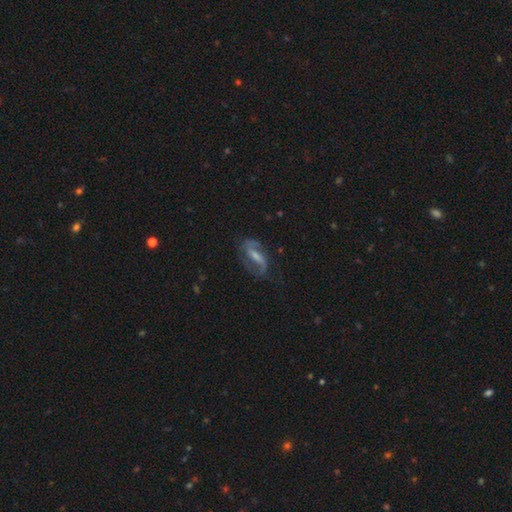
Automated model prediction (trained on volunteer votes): Q: Smooth or featured?
A: featured or disk (81%); runner-up: smooth (12%)
Q: Edge-on disk?
A: no (94%); runner-up: yes (6%)
Q: Bar?
A: strong (43%); runner-up: weak (40%)
Q: Spiral arms?
A: yes (94%); runner-up: no (6%)
Q: Spiral winding?
A: medium (47%); runner-up: loose (38%)
Q: Spiral arm count?
A: 2 (89%); runner-up: can't tell (4%)
Q: Bulge size?
A: small (34%); runner-up: moderate (33%)
Q: Merging?
A: none (70%); runner-up: minor disturbance (17%)